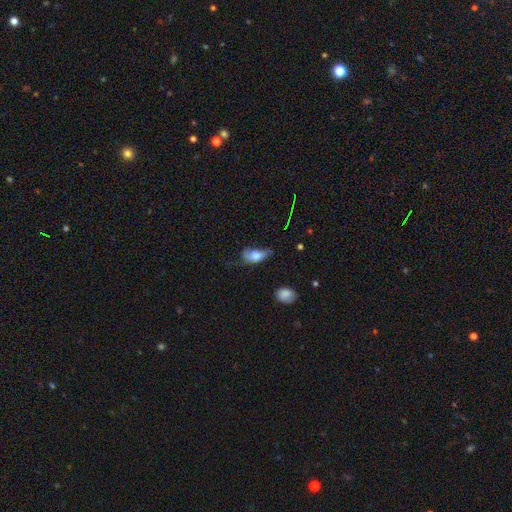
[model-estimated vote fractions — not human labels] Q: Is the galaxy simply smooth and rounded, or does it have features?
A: smooth — 69%.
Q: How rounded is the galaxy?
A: in between — 85%.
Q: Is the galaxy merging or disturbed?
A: minor disturbance — 37%.